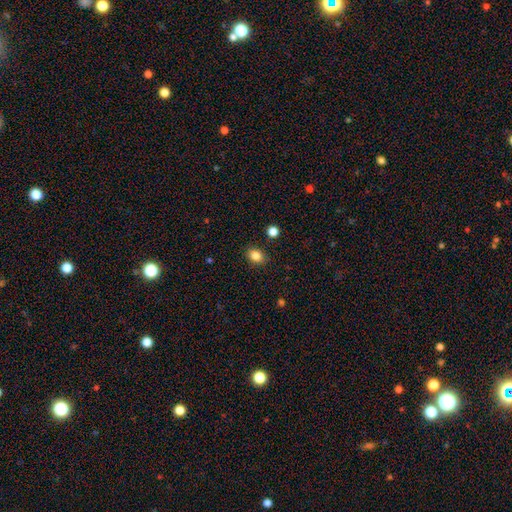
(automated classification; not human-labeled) Overall: smooth (84%). How rounded: in between (61%; round 38%). Merging: none (87%).